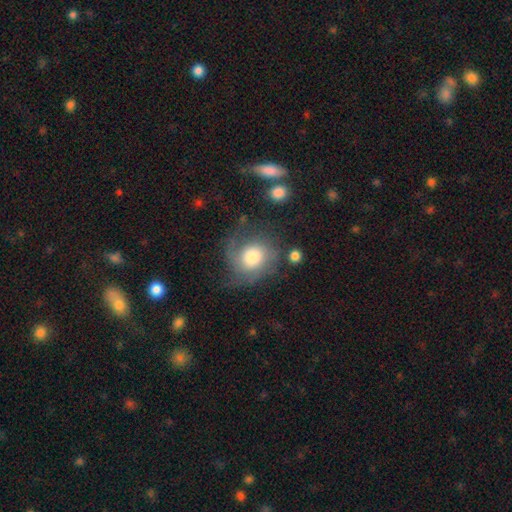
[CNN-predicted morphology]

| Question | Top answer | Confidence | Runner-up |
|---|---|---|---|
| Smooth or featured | featured or disk | 54% | smooth (38%) |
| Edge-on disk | no | 98% | yes (2%) |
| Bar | no | 80% | weak (17%) |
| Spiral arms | yes | 85% | no (15%) |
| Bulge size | large | 45% | moderate (35%) |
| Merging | none | 50% | major disturbance (24%) |